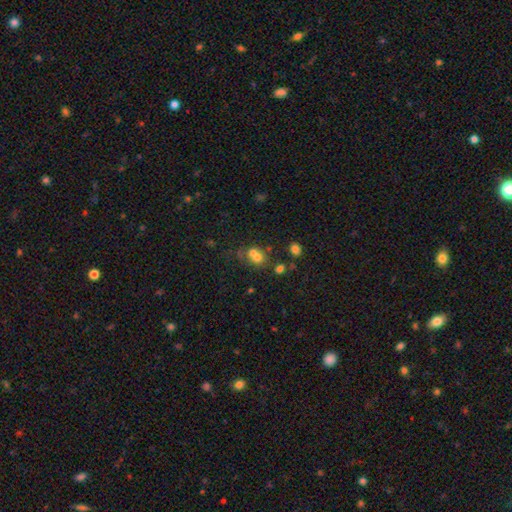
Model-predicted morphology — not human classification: Smooth or featured: smooth — 65% (featured or disk — 19%)
How rounded: round — 65% (in between — 34%)
Merging: merger — 59% (none — 29%)